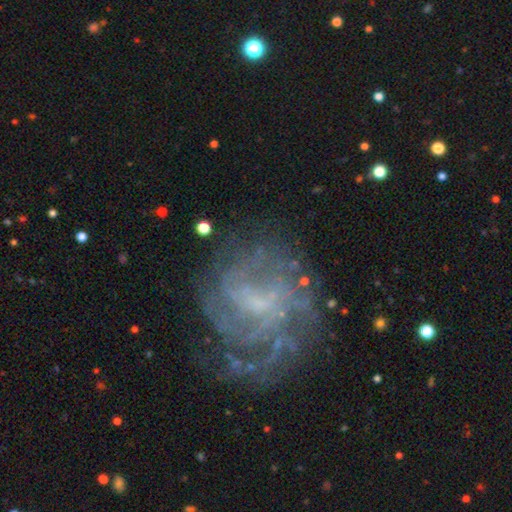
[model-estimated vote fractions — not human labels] smooth-or-featured: featured or disk: 76% | star or artifact: 13% | smooth: 11%
  disk-edge-on: no: 98% | yes: 2%
    bar: no: 46% | weak: 45% | strong: 10%
    has-spiral-arms: yes: 82% | no: 18%
      spiral-winding: tight: 46% | medium: 35% | loose: 18%
      spiral-arm-count: can't tell: 49% | 4: 13% | 3: 12% | 2: 10% | more than 4: 9% | 1: 7%
    bulge-size: small: 48% | none: 34% | moderate: 15% | large: 2% | dominant: 1%
  merging: none: 66% | minor disturbance: 16% | major disturbance: 16% | merger: 2%